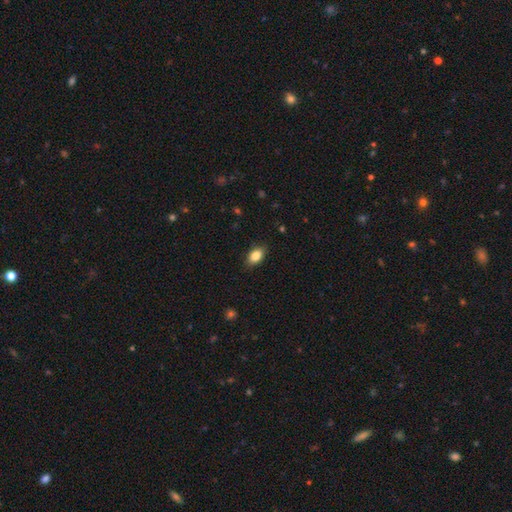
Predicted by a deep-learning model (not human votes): This appears to be a smooth galaxy with no disk features (85%) that is in between round and cigar-shaped (88%). Merging: none (86%).